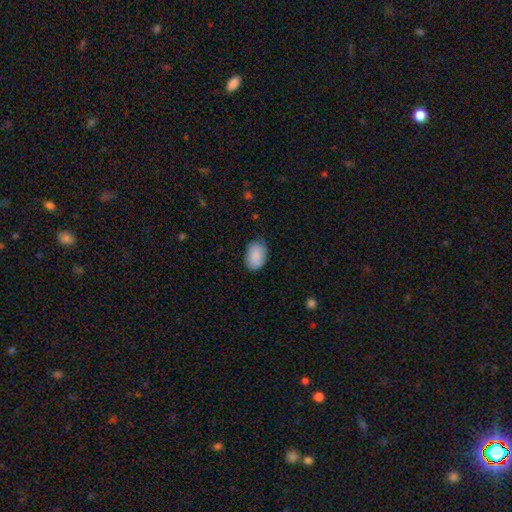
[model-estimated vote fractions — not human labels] Overall: smooth (88%). How rounded: in between (86%). Merging: none (76%).